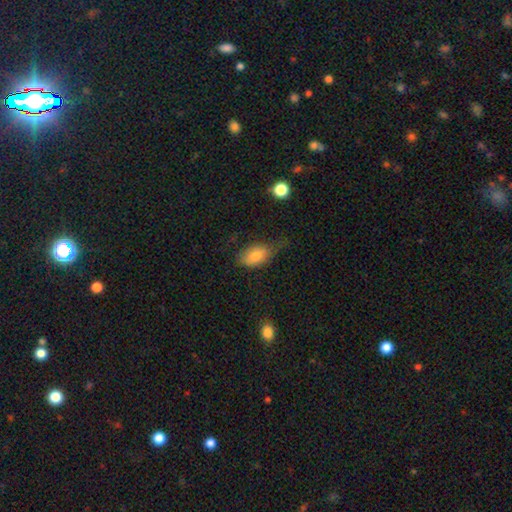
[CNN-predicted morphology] smooth 76%, featured or disk 16%, star or artifact 8%. Down the decision tree: how rounded — in between (88%); merging — none (46%).